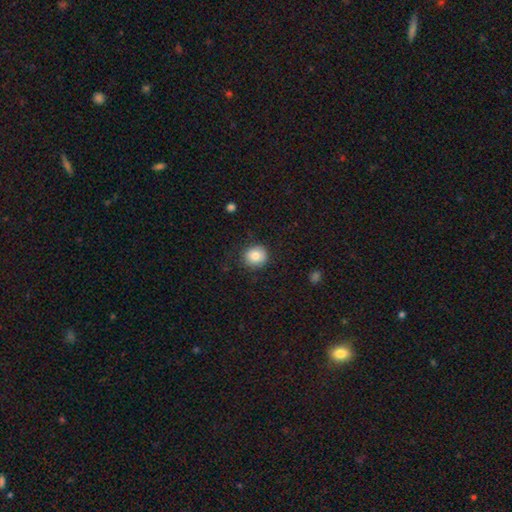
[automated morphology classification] Q: Smooth or featured?
A: smooth (83%); runner-up: star or artifact (9%)
Q: How rounded?
A: round (86%); runner-up: in between (14%)
Q: Merging?
A: none (84%); runner-up: minor disturbance (12%)